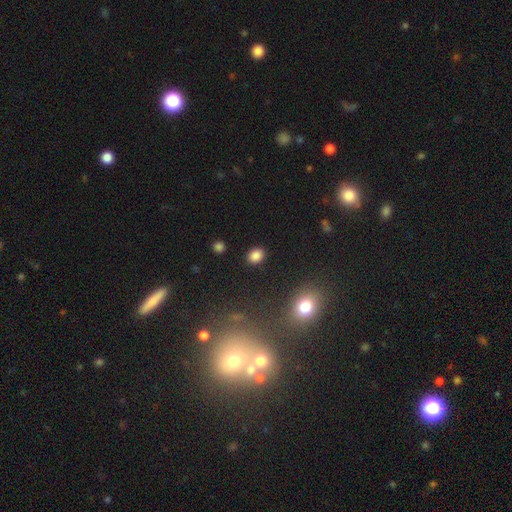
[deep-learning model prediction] Smooth or featured? smooth (85%)
How rounded? in between (57%)
Merging? none (88%)